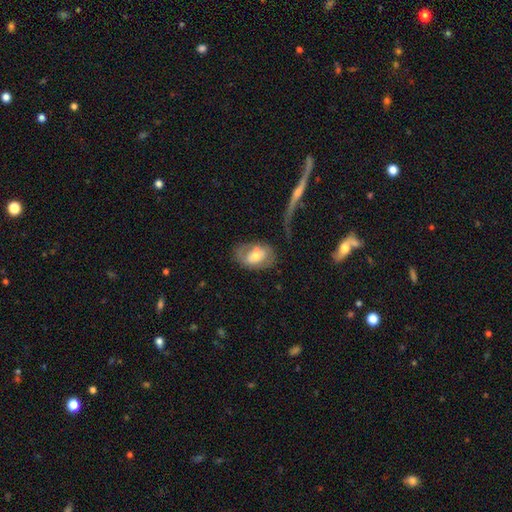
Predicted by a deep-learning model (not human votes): Smooth or featured?
  - smooth: 47% *
  - featured or disk: 46%
  - star or artifact: 7%
Merging?
  - none: 51% *
  - minor disturbance: 23%
  - major disturbance: 15%
  - merger: 11%